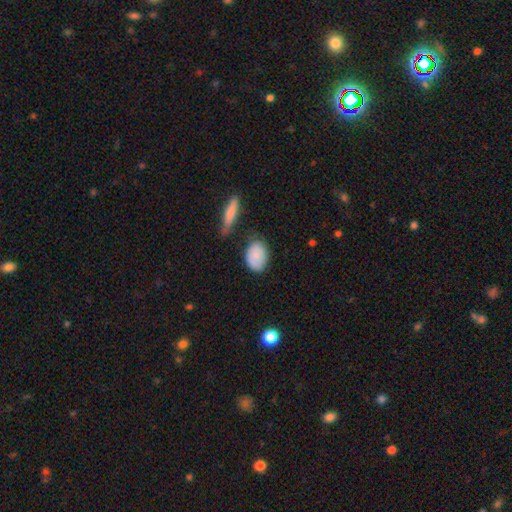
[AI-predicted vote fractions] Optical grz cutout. It shows a smooth galaxy with no disk features (79%) that is in between round and cigar-shaped (79%). Merging: none (62%).